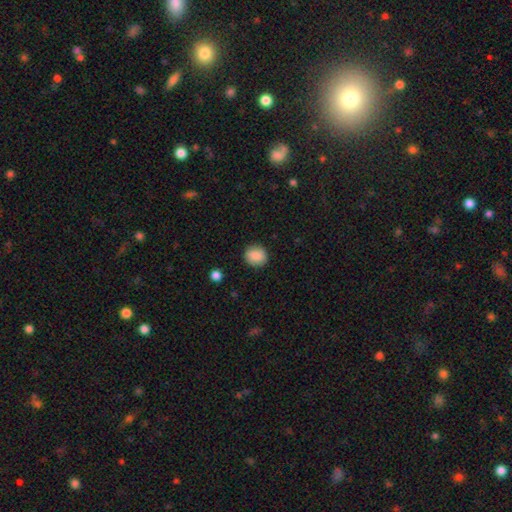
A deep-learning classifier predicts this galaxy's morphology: Overall: smooth (87%). How rounded: round (77%). Merging: none (88%).